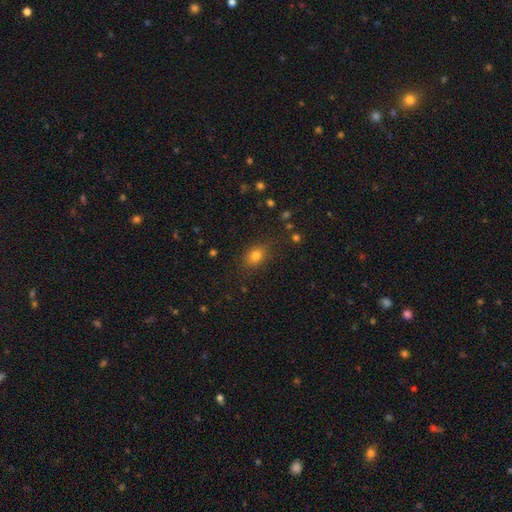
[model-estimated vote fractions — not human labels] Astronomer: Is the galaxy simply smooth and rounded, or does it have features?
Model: smooth — 80%.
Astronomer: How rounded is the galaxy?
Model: in between — 53% (runner-up: round, 46%).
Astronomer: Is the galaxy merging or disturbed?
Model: none — 80%.